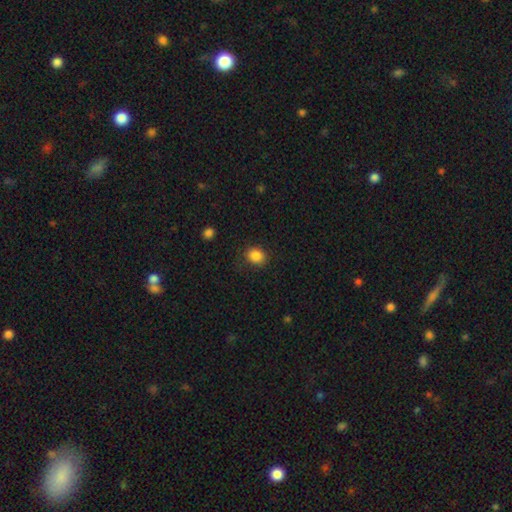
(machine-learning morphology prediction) Smooth or featured: smooth — 86% (star or artifact — 10%)
How rounded: round — 59% (in between — 40%)
Merging: none — 84% (minor disturbance — 11%)